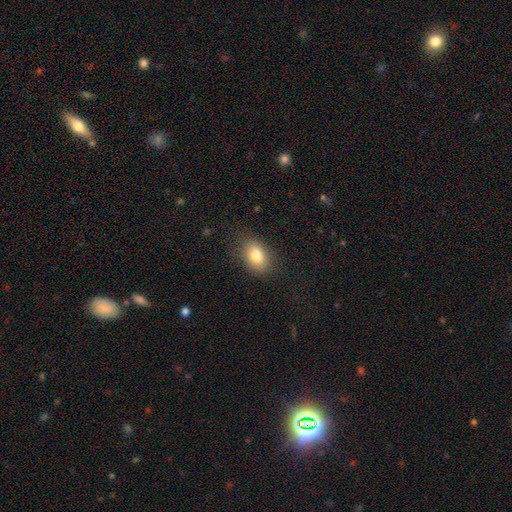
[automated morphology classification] This appears to be a smooth galaxy with no disk features (80%) that is in between round and cigar-shaped (81%). Merging: none (83%).